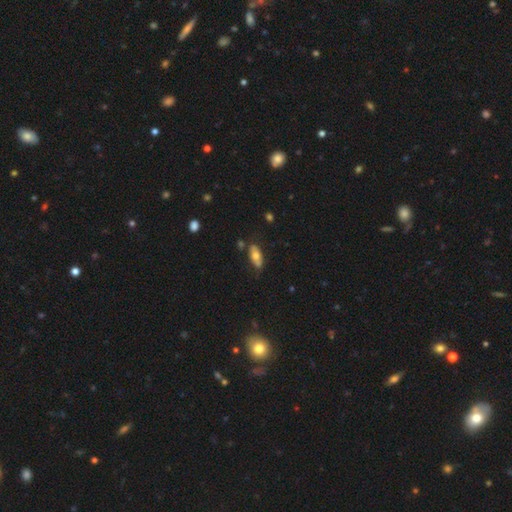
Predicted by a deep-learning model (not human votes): smooth-or-featured: smooth: 64% | featured or disk: 29% | star or artifact: 7%
  how-rounded: in between: 84% | cigar-shaped: 12% | round: 3%
  merging: none: 67% | minor disturbance: 22% | major disturbance: 6% | merger: 5%